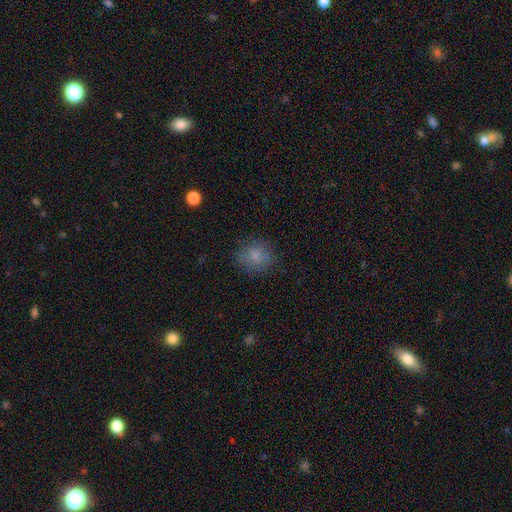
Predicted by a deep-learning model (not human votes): smooth_or_featured: smooth (p=0.81) [alt: star or artifact p=0.10]
how_rounded: round (p=0.84) [alt: in between p=0.15]
merging: none (p=0.83) [alt: minor disturbance p=0.13]